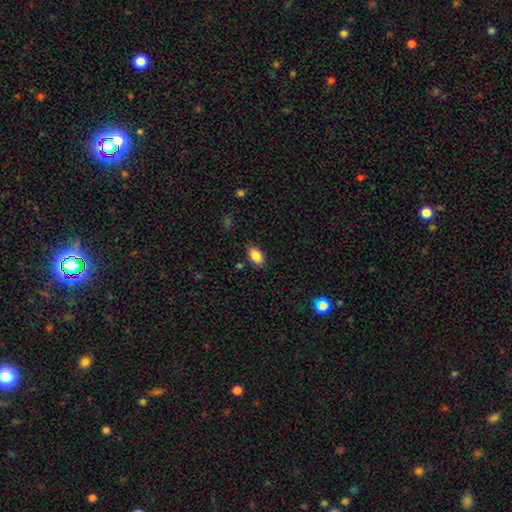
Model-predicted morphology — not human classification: smooth_or_featured: smooth (p=0.87) [alt: star or artifact p=0.08]
how_rounded: in between (p=0.91) [alt: round p=0.07]
merging: none (p=0.82) [alt: minor disturbance p=0.13]